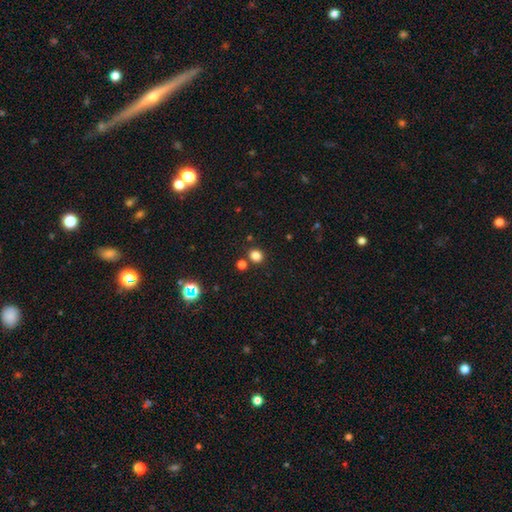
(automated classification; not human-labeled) Smooth or featured?
  - smooth: 81% *
  - star or artifact: 14%
  - featured or disk: 4%
How rounded?
  - round: 80% *
  - in between: 20%
  - cigar-shaped: 1%
Merging?
  - none: 79% *
  - merger: 11%
  - minor disturbance: 7%
  - major disturbance: 3%